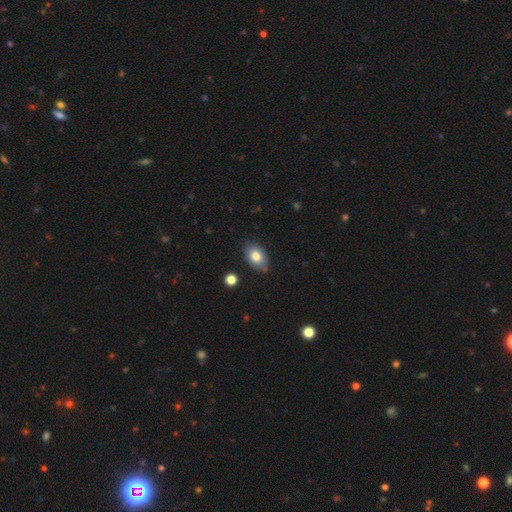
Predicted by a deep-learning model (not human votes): Smooth or featured? smooth (80%)
How rounded? in between (85%)
Merging? none (78%)